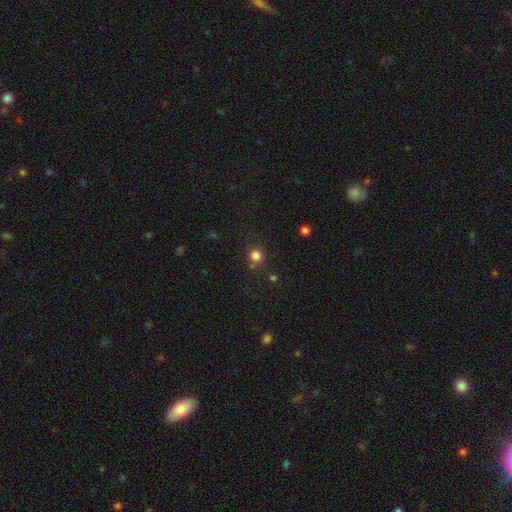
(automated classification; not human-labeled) smooth 80%, star or artifact 15%, featured or disk 5%. Down the decision tree: how rounded — round (89%); merging — none (77%).